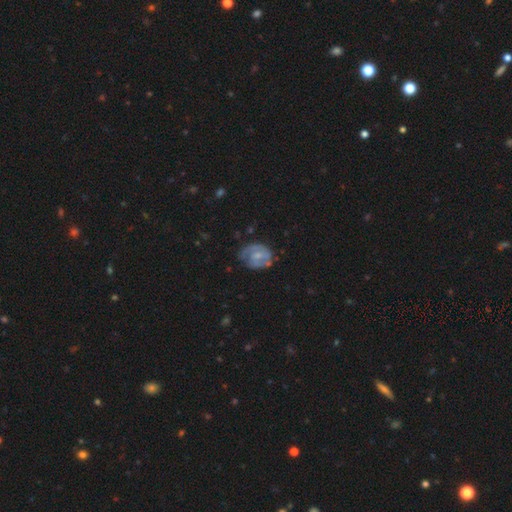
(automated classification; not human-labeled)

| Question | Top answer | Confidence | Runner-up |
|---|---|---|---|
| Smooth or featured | featured or disk | 61% | smooth (32%) |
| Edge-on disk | no | 97% | yes (3%) |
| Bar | no | 50% | weak (42%) |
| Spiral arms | yes | 75% | no (25%) |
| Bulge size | small | 46% | moderate (35%) |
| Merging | none | 54% | minor disturbance (28%) |